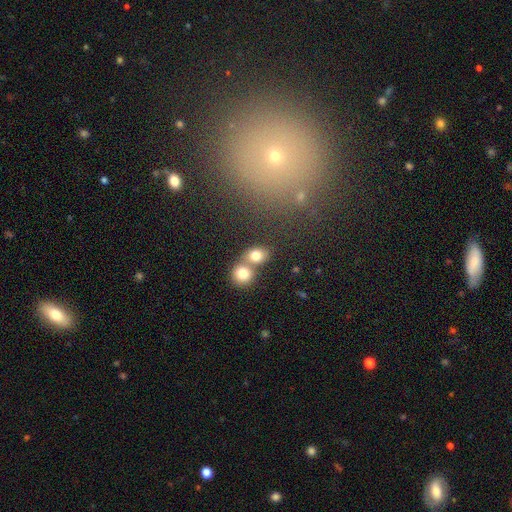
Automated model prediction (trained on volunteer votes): Q: Smooth or featured?
A: smooth (78%); runner-up: star or artifact (11%)
Q: How rounded?
A: round (65%); runner-up: in between (33%)
Q: Merging?
A: merger (50%); runner-up: none (40%)